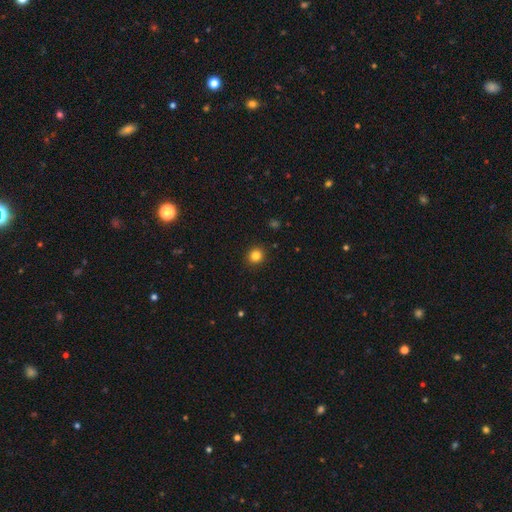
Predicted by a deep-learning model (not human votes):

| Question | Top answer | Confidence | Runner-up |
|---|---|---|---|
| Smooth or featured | smooth | 83% | star or artifact (12%) |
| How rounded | round | 87% | in between (12%) |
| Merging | none | 92% | minor disturbance (6%) |